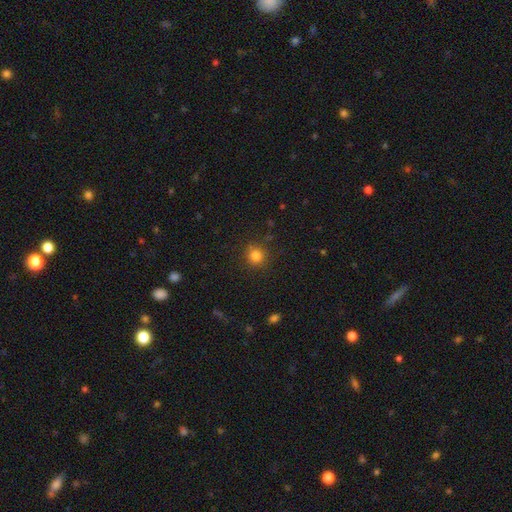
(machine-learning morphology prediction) This is clearly a smooth galaxy (82%). How rounded: clearly round (91%). Merging: clearly none (86%).